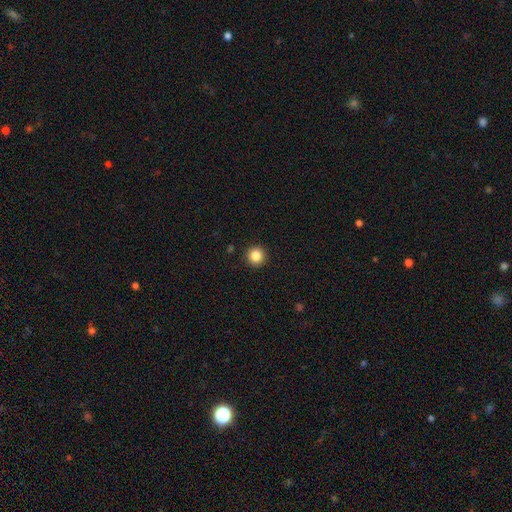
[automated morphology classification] This appears to be a smooth galaxy with no disk features (85%) that is round (96%). Merging: none (93%).